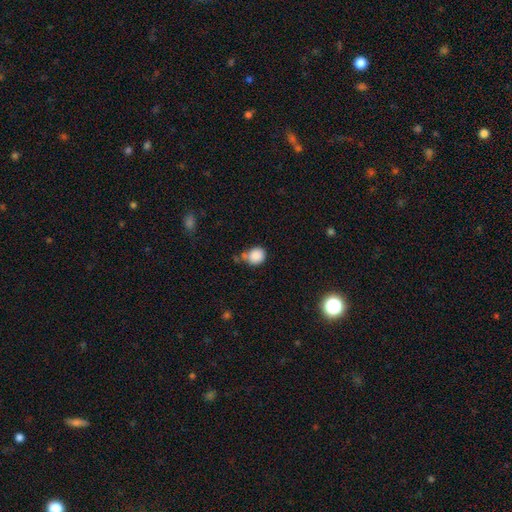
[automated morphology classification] Smooth or featured?
  - smooth: 87% *
  - star or artifact: 9%
  - featured or disk: 4%
How rounded?
  - round: 73% *
  - in between: 26%
  - cigar-shaped: 1%
Merging?
  - none: 57% *
  - minor disturbance: 25%
  - merger: 12%
  - major disturbance: 7%